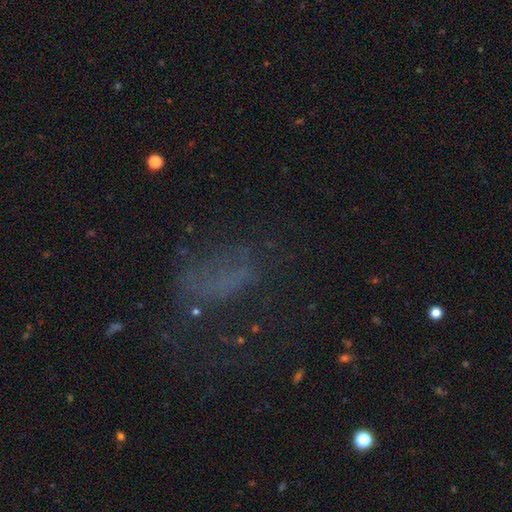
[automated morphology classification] smooth_or_featured: smooth (p=0.38) [alt: star or artifact p=0.33]
merging: none (p=0.46) [alt: major disturbance p=0.32]